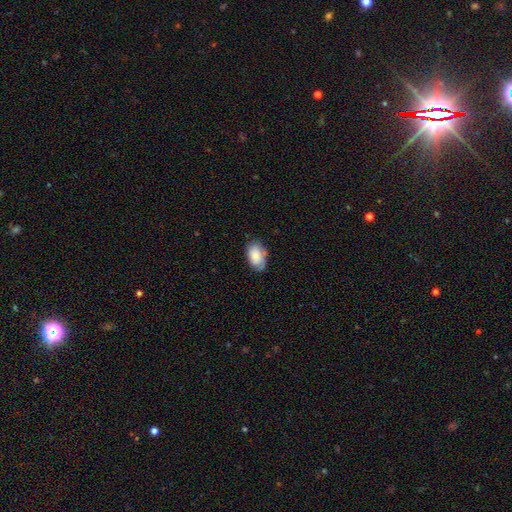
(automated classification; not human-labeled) Smooth or featured: smooth — 76% (featured or disk — 17%)
How rounded: in between — 92% (round — 7%)
Merging: none — 67% (minor disturbance — 26%)